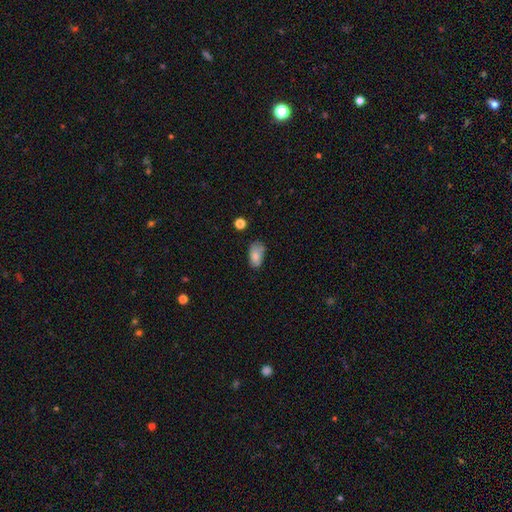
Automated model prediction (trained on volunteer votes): Smooth or featured? smooth (83%)
How rounded? in between (92%)
Merging? none (56%)